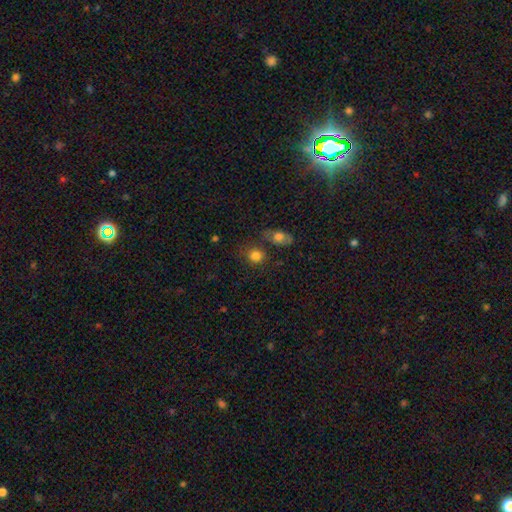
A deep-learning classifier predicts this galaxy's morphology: smooth 81%, star or artifact 11%, featured or disk 8%. Down the decision tree: how rounded — round (79%); merging — none (69%).